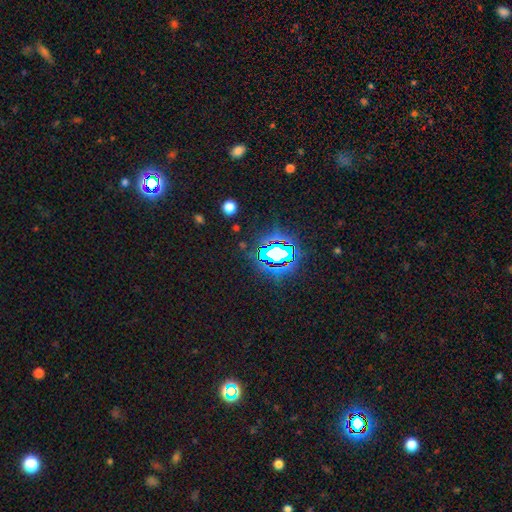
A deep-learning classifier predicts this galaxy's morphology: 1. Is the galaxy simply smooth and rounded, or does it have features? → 80% star or artifact, 12% smooth, 7% featured or disk.